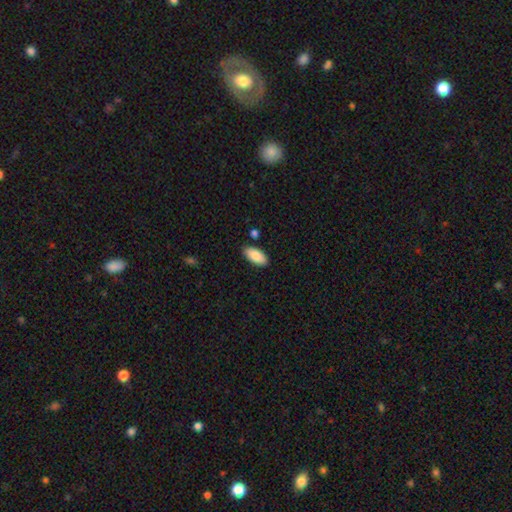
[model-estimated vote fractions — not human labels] Smooth or featured?
  - smooth: 87% *
  - featured or disk: 6%
  - star or artifact: 6%
How rounded?
  - in between: 92% *
  - cigar-shaped: 6%
  - round: 2%
Merging?
  - none: 86% *
  - minor disturbance: 10%
  - merger: 3%
  - major disturbance: 2%